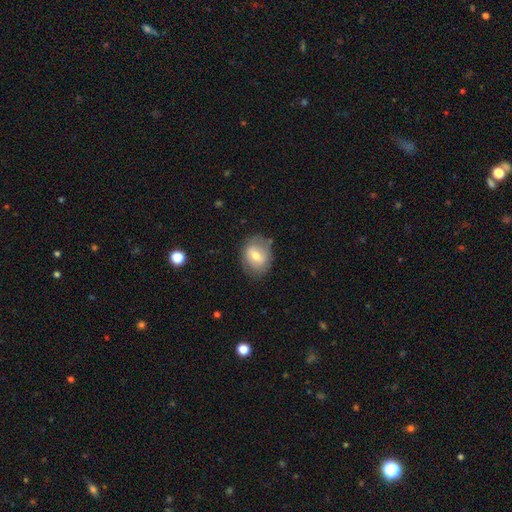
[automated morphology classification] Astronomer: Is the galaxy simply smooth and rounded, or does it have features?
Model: smooth — 60%.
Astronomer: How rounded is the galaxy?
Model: in between — 52% (runner-up: round, 47%).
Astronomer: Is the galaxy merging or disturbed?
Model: none — 76%.